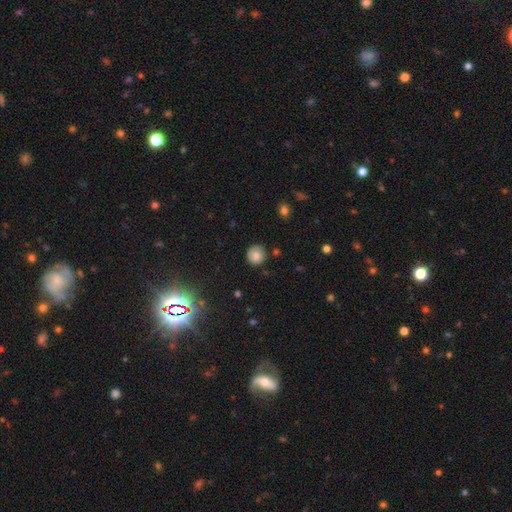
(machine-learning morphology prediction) A smooth galaxy with no disk features (82%) that is round (93%).

Vote fractions:
- Smooth or featured? smooth: 82% / star or artifact: 11% / featured or disk: 7%
- How rounded? round: 93% / in between: 6% / cigar-shaped: 1%
- Merging? none: 82% / minor disturbance: 13% / major disturbance: 3% / merger: 3%